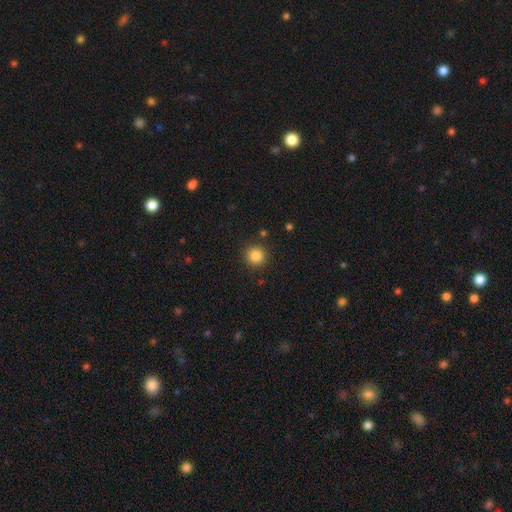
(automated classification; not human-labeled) smooth 84%, star or artifact 11%, featured or disk 4%. Down the decision tree: how rounded — round (94%); merging — none (90%).